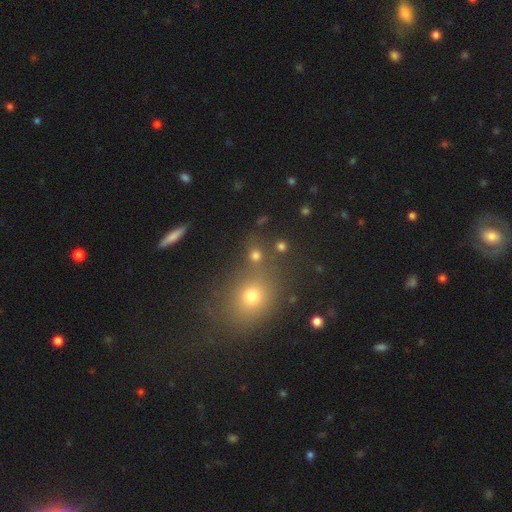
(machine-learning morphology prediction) type=smooth (73%); roundness=round (84%); merging=none (68%).